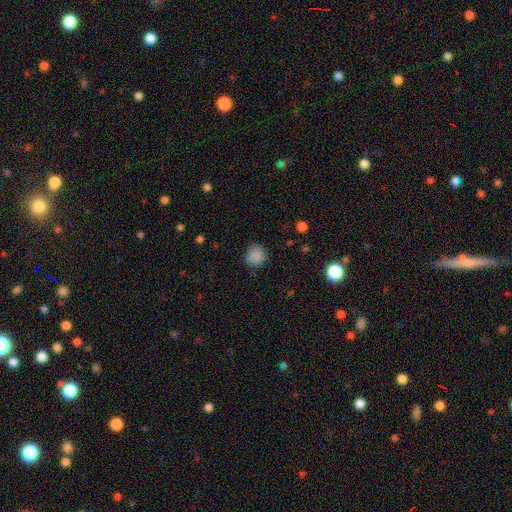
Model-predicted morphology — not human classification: Smooth or featured? Predicted: smooth (p=0.86). How rounded? Predicted: round (p=0.88). Merging? Predicted: none (p=0.84).